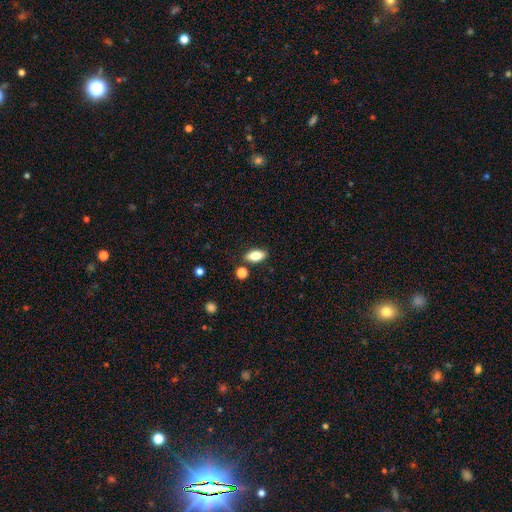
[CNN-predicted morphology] Smooth or featured? smooth (80%)
How rounded? in between (88%)
Merging? none (83%)